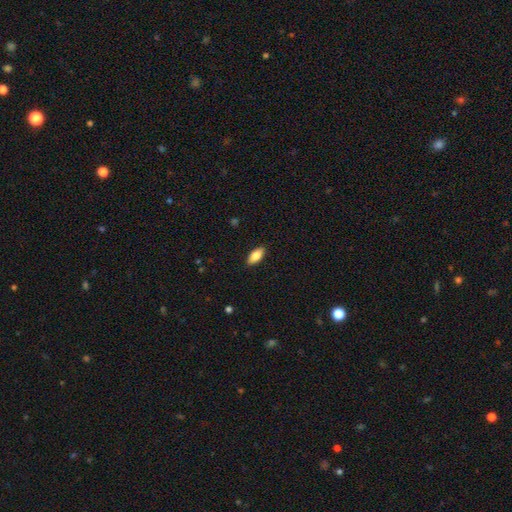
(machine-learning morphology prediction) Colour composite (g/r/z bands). It shows a smooth galaxy with no disk features (84%) that is in between round and cigar-shaped (89%). Merging: none (89%).